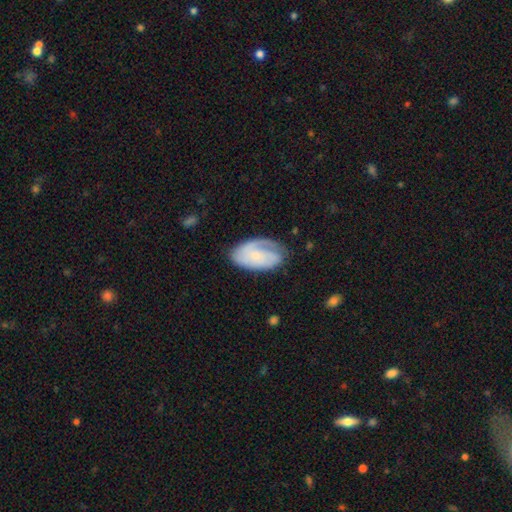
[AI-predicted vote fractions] Overall: featured or disk (65%; smooth 29%). Edge-on disk: no (96%). Bar: no (72%). Spiral arms: yes (89%). Spiral arm count: 1 (35%; 2 30%). Spiral winding: tight (54%; medium 33%). Bulge size: small (71%). Merging: none (60%; minor disturbance 25%).